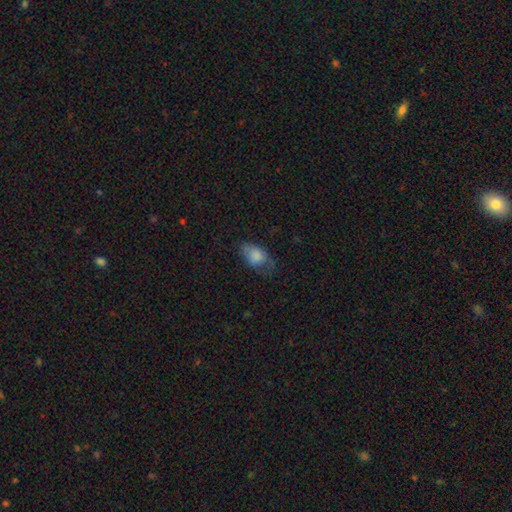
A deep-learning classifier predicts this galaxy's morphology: The model was most divided on "merging": none: 46%, minor disturbance: 33%, major disturbance: 20%, merger: 2%. More confident: how rounded — in between (88%); smooth or featured — smooth (76%).